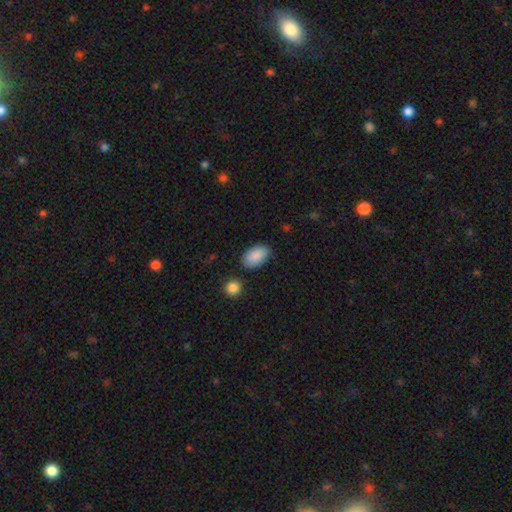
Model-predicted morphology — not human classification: This appears to be a smooth galaxy with no disk features (89%) that is in between round and cigar-shaped (94%). Merging: none (82%).